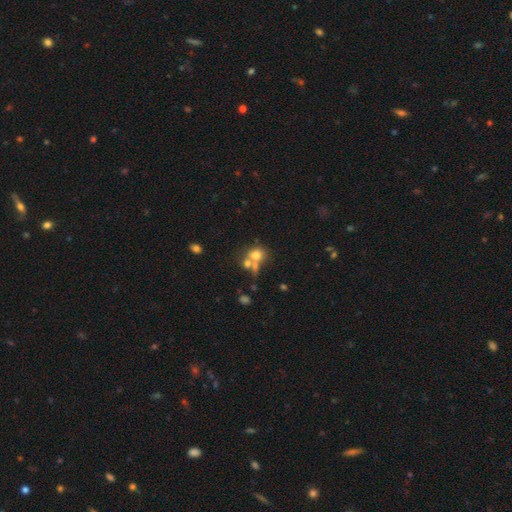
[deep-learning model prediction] Smooth or featured? smooth (66%)
How rounded? round (71%)
Merging? merger (47%)